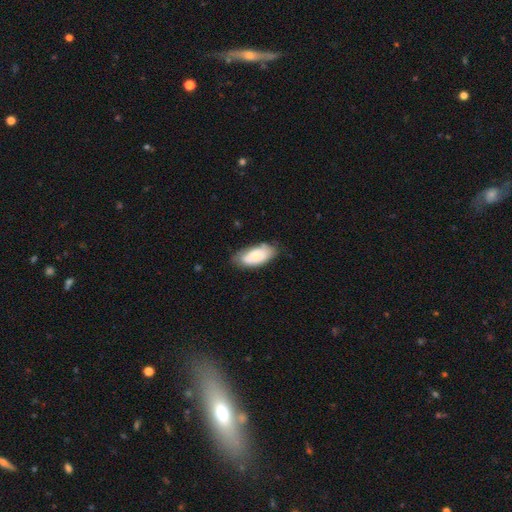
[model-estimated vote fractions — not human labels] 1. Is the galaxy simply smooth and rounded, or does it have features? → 62% smooth, 32% featured or disk, 7% star or artifact.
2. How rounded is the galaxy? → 90% in between, 8% cigar-shaped, 2% round.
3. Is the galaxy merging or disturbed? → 68% none, 24% minor disturbance, 6% major disturbance, 2% merger.